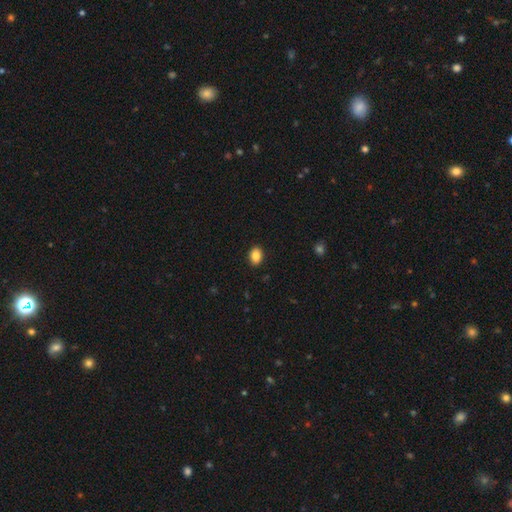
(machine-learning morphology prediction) Smooth or featured? smooth (87%)
How rounded? in between (76%)
Merging? none (90%)